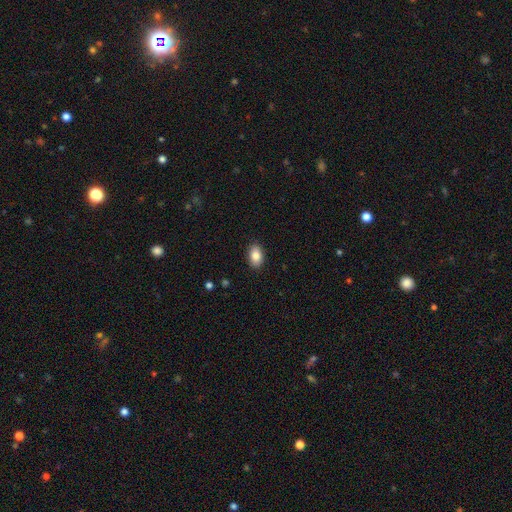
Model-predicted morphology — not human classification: The model was most divided on "smooth or featured": smooth: 85%, star or artifact: 8%, featured or disk: 7%. More confident: how rounded — in between (91%); merging — none (90%).